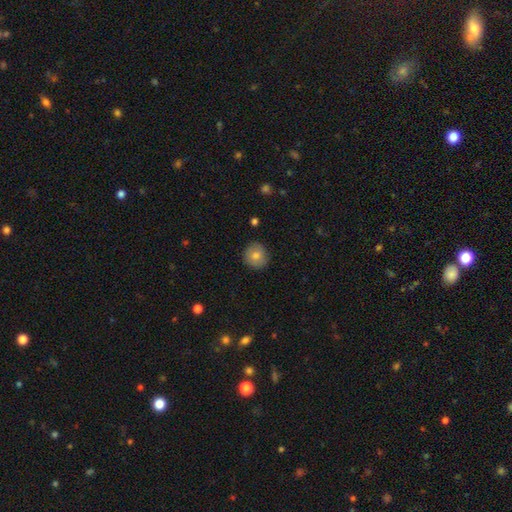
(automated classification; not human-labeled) Smooth or featured: smooth — 77% (featured or disk — 15%)
How rounded: round — 91% (in between — 8%)
Merging: none — 88% (minor disturbance — 9%)